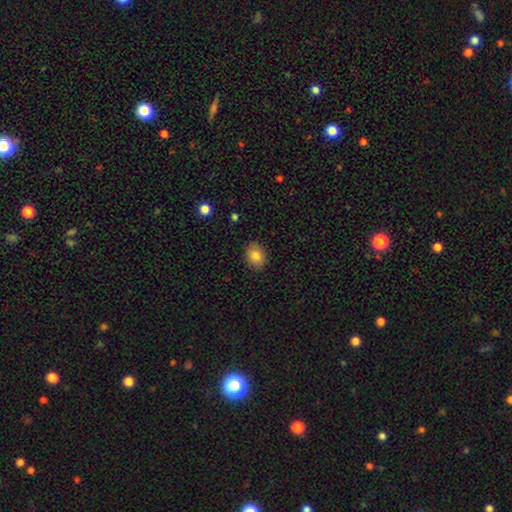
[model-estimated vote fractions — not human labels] Smooth or featured? smooth (83%)
How rounded? in between (60%)
Merging? none (87%)